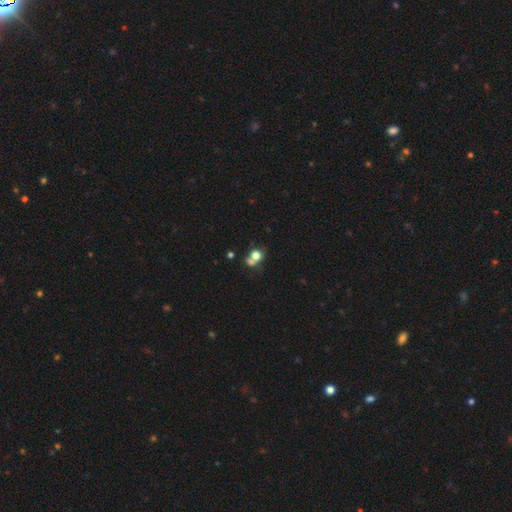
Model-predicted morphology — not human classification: This appears to be a smooth galaxy with no disk features (70%) that is round (74%). Merging: merger (48%).